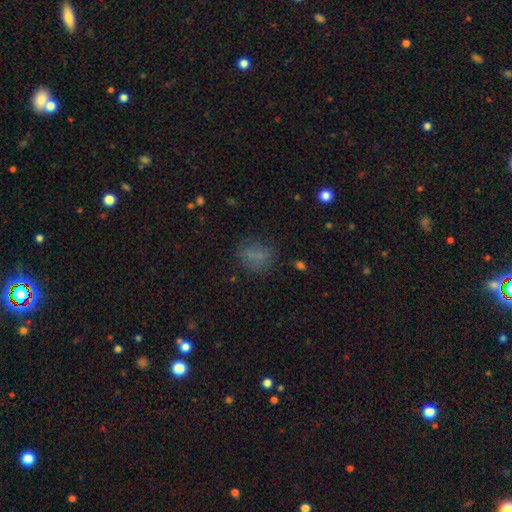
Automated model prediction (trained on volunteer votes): smooth_or_featured: smooth (p=0.73) [alt: star or artifact p=0.17]
how_rounded: in between (p=0.50) [alt: round p=0.47]
merging: none (p=0.74) [alt: minor disturbance p=0.16]